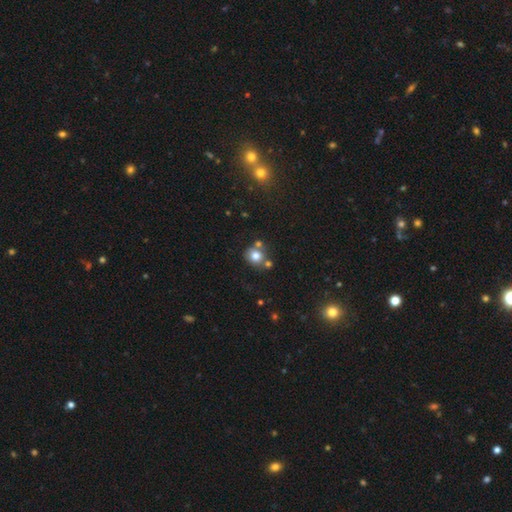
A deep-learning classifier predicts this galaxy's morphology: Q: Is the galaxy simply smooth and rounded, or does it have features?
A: smooth — 77%.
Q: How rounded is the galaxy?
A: round — 81%.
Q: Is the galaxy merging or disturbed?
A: none — 60%.